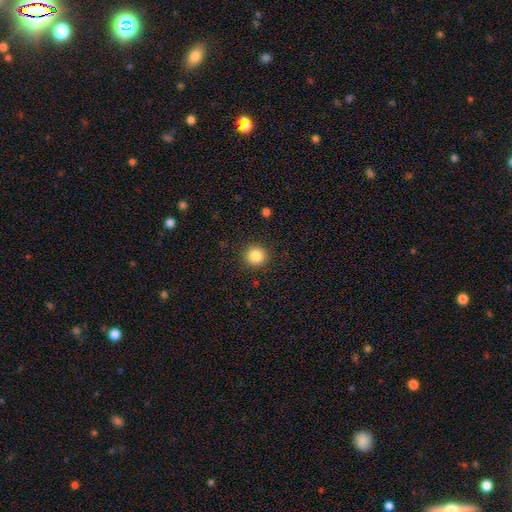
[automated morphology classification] smooth_or_featured: smooth (p=0.86) [alt: star or artifact p=0.10]
how_rounded: round (p=0.94) [alt: in between p=0.05]
merging: none (p=0.91) [alt: minor disturbance p=0.06]